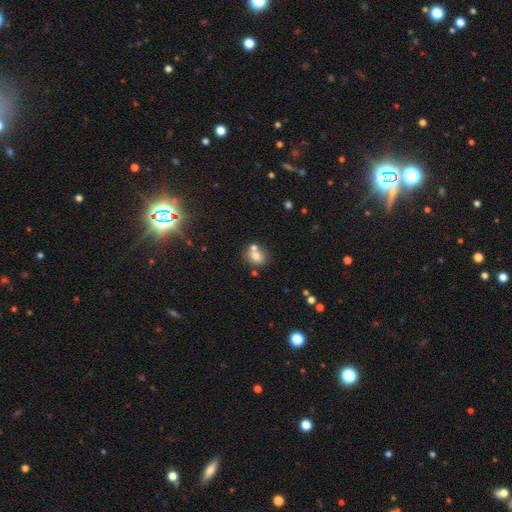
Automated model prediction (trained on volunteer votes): This appears to be a smooth galaxy with no disk features (75%) that is round (57%). Merging: none (51%).